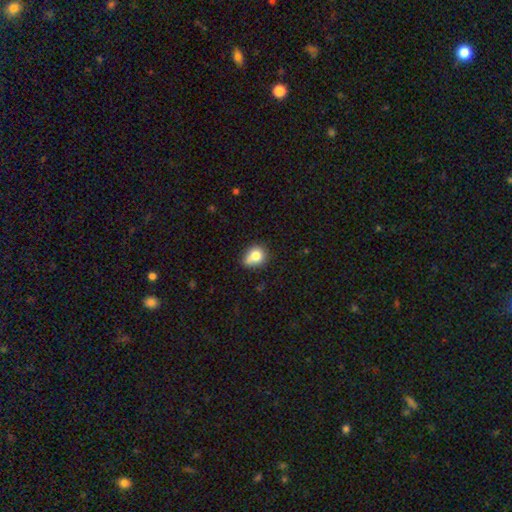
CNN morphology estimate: Smooth or featured: smooth — 78% (featured or disk — 12%)
How rounded: round — 60% (in between — 39%)
Merging: none — 53% (minor disturbance — 32%)